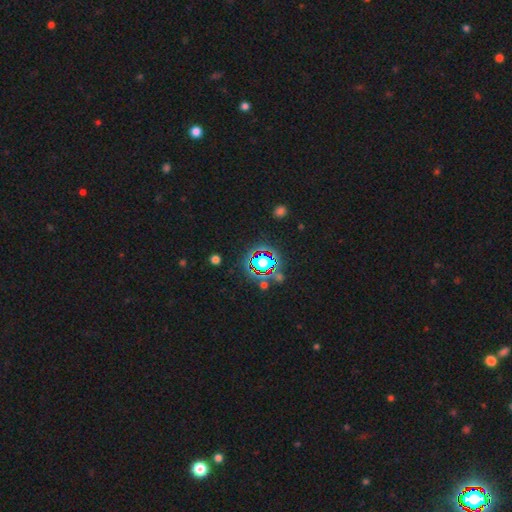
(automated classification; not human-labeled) Smooth or featured? star or artifact (66%)